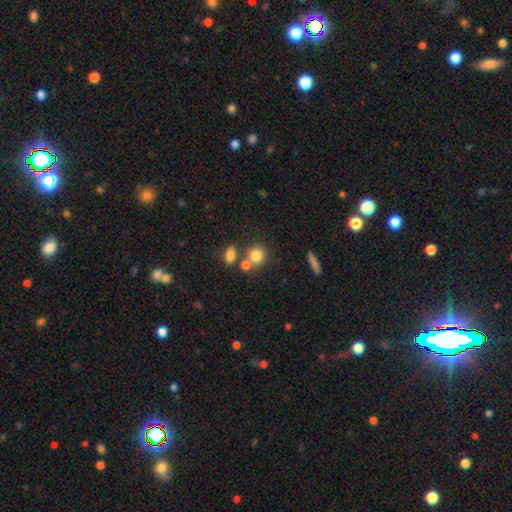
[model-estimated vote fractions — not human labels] This is likely a smooth galaxy (80%). How rounded: likely round (76%). Merging: possibly none (52%).